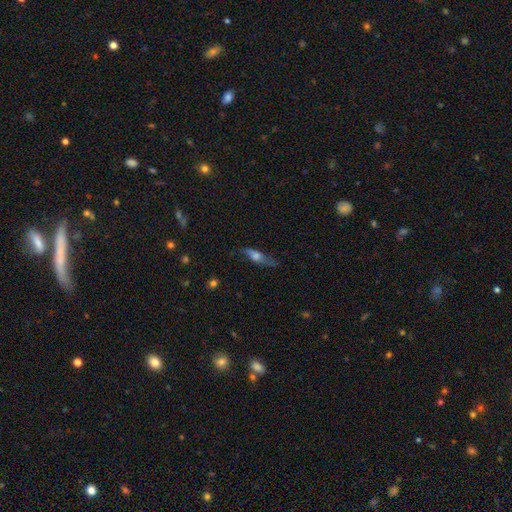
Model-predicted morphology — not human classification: A smooth galaxy with no disk features (50%). Merging: none (60%).